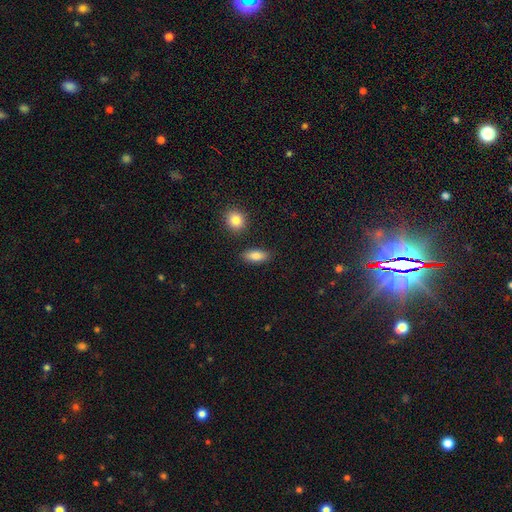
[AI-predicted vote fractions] Overall: smooth (83%). How rounded: in between (83%). Merging: none (85%).